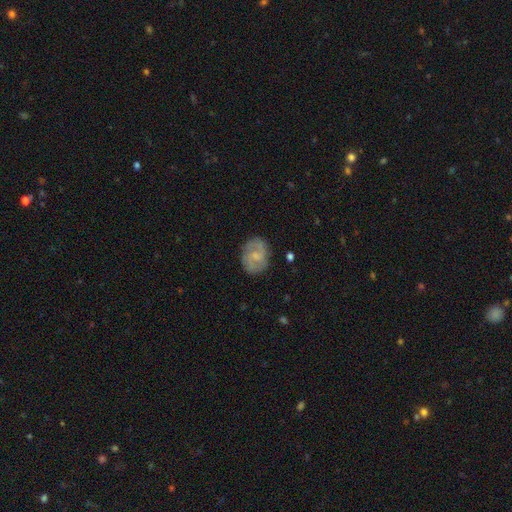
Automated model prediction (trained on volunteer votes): Overall: featured or disk (59%; smooth 34%). Edge-on disk: no (97%). Bar: weak (48%; no 44%). Spiral arms: yes (84%). Bulge size: small (44%; moderate 33%). Merging: none (76%).